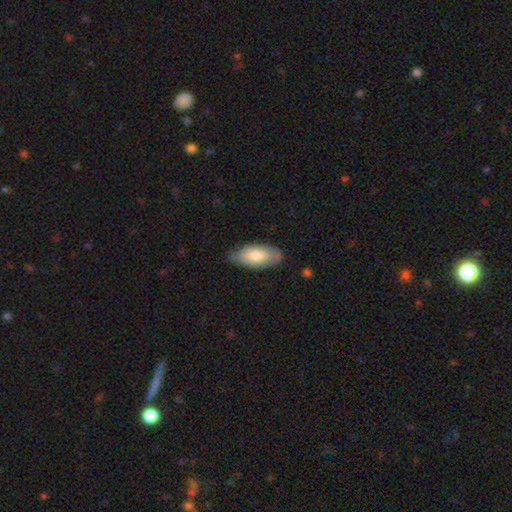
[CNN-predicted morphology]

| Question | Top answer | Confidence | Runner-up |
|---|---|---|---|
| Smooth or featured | smooth | 73% | featured or disk (22%) |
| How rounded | in between | 88% | cigar-shaped (10%) |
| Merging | none | 78% | minor disturbance (18%) |